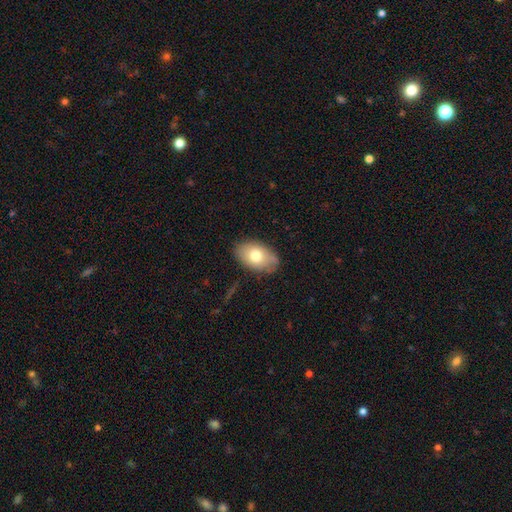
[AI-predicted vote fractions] smooth_or_featured: smooth (p=0.73) [alt: featured or disk p=0.20]
how_rounded: in between (p=0.90) [alt: round p=0.09]
merging: none (p=0.81) [alt: minor disturbance p=0.14]